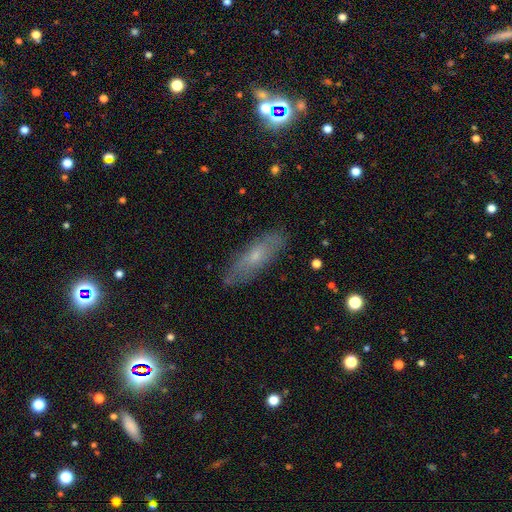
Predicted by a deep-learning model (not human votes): A smooth galaxy with no disk features (50%) that is in between round and cigar-shaped (52%).

Vote fractions:
- Smooth or featured? smooth: 50% / featured or disk: 41% / star or artifact: 9%
- How rounded? in between: 52% / cigar-shaped: 45% / round: 3%
- Merging? none: 81% / minor disturbance: 14% / major disturbance: 3% / merger: 1%